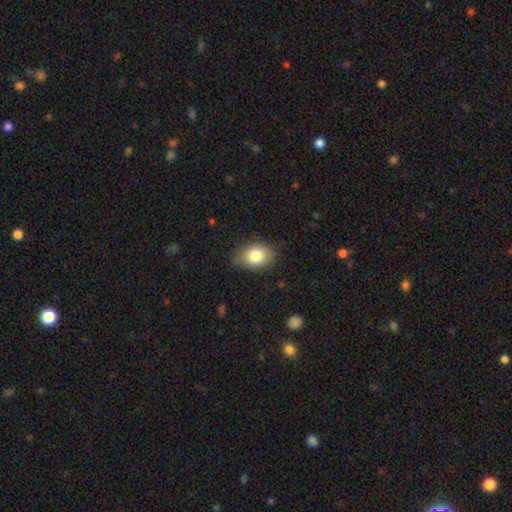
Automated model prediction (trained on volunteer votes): This is clearly a smooth galaxy (82%). How rounded: likely in between (72%). Merging: likely none (77%).